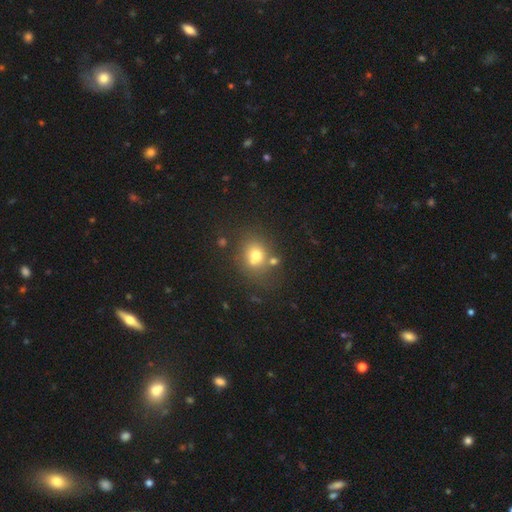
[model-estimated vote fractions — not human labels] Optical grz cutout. It shows a smooth galaxy with no disk features (70%) that is round (70%). Merging: none (60%).